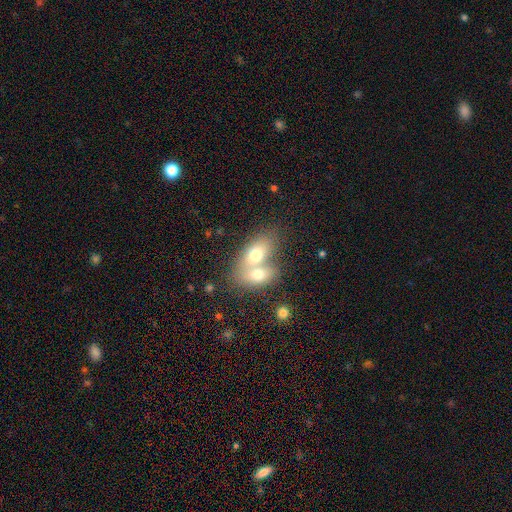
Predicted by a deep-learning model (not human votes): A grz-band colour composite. It shows a smooth galaxy with no disk features (65%) that is in between round and cigar-shaped (80%). Merging: merger (74%).